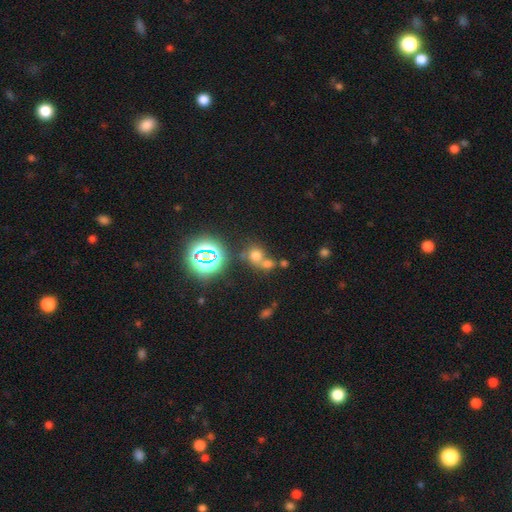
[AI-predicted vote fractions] This is possibly a smooth galaxy (58%). How rounded: likely round (76%). Merging: possibly merger (47%).